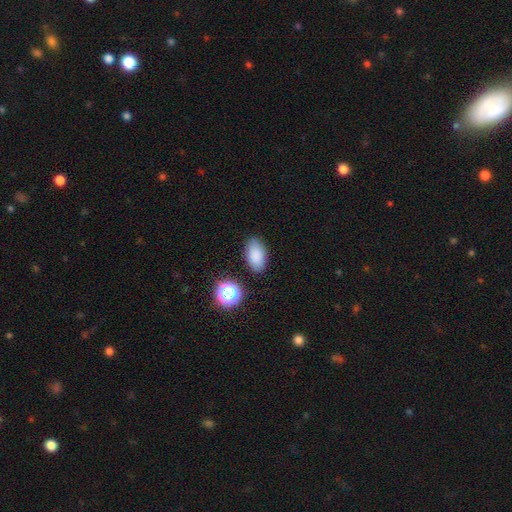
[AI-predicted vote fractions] Smooth or featured? Predicted: smooth (p=0.84). How rounded? Predicted: in between (p=0.91). Merging? Predicted: none (p=0.84).